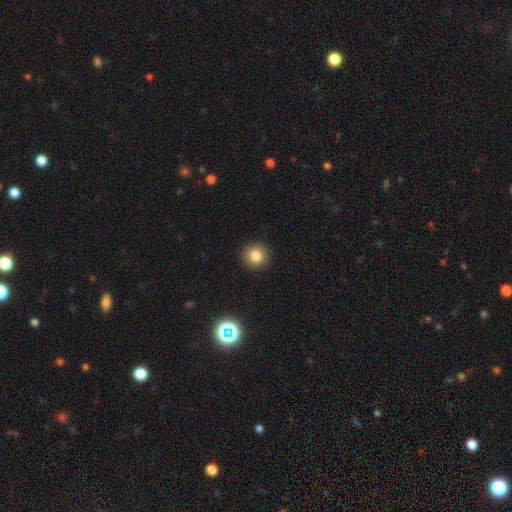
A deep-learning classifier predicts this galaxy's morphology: type=smooth (81%); roundness=round (94%); merging=none (92%).